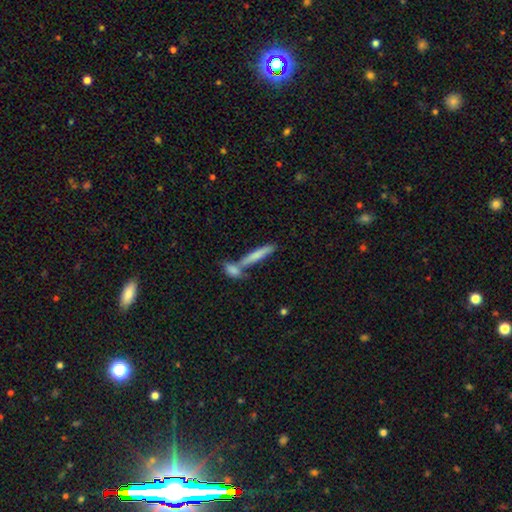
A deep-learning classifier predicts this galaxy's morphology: This is likely a smooth galaxy (66%). How rounded: clearly cigar-shaped (86%). Merging: possibly none (50%).